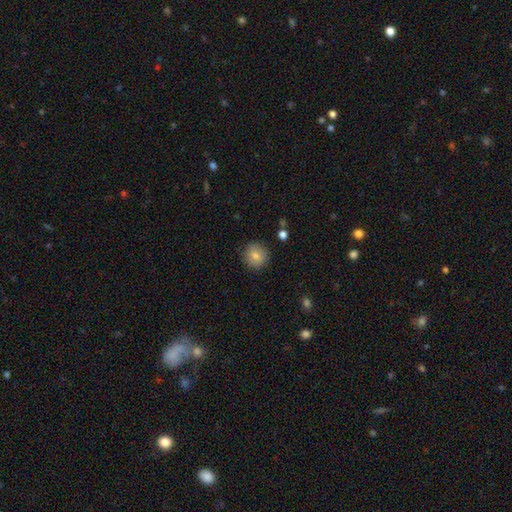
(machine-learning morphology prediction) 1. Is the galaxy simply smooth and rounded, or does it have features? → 81% smooth, 10% featured or disk, 9% star or artifact.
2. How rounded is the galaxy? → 91% round, 8% in between, 1% cigar-shaped.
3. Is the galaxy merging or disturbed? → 88% none, 8% minor disturbance, 2% major disturbance, 1% merger.